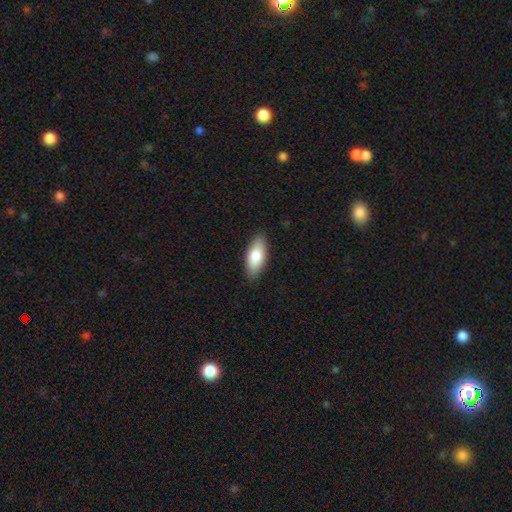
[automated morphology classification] Smooth or featured? smooth (79%)
How rounded? in between (82%)
Merging? none (87%)